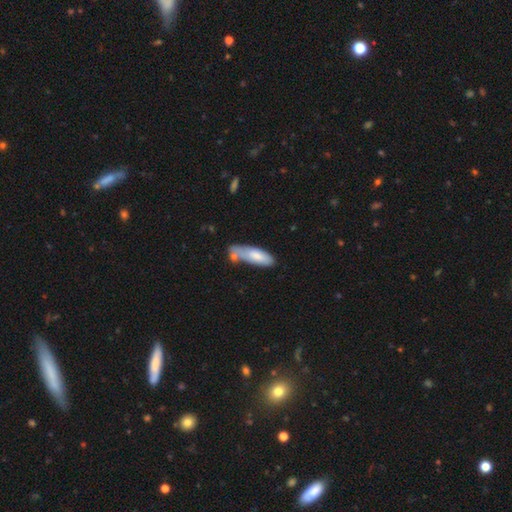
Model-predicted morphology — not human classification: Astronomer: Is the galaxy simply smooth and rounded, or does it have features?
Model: smooth — 76%.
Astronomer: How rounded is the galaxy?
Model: in between — 55% (runner-up: cigar-shaped, 44%).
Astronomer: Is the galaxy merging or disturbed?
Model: none — 40% (runner-up: minor disturbance, 28%).